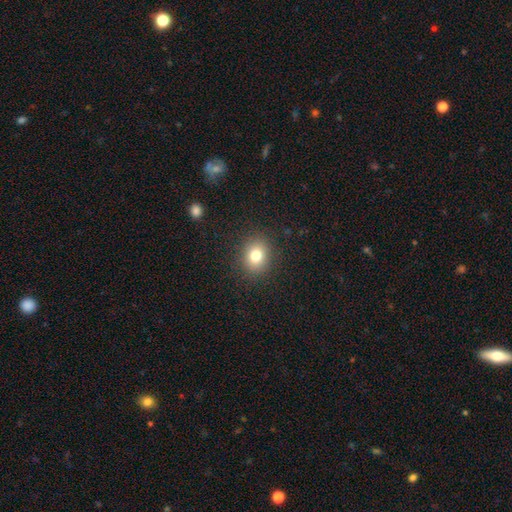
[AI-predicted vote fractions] The model was most divided on "how rounded": round: 62%, in between: 37%, cigar-shaped: 1%. More confident: merging — none (89%); smooth or featured — smooth (79%).